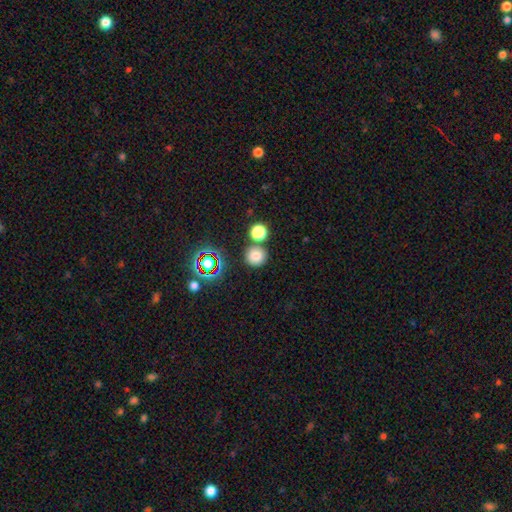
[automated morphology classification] Smooth or featured? Predicted: smooth (p=0.75). How rounded? Predicted: round (p=0.91). Merging? Predicted: none (p=0.75).